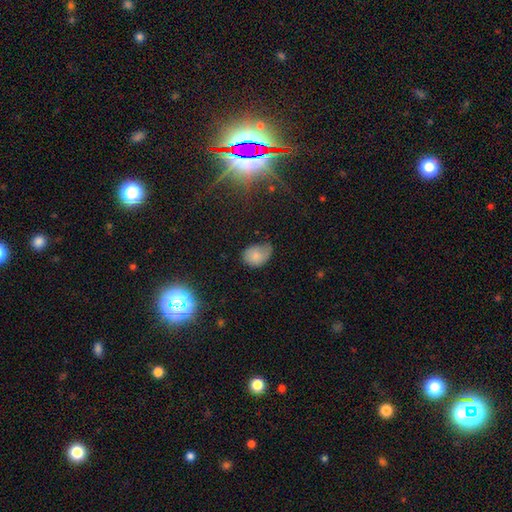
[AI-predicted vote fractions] smooth_or_featured: smooth (p=0.76) [alt: featured or disk p=0.13]
how_rounded: in between (p=0.72) [alt: round p=0.27]
merging: minor disturbance (p=0.43) [alt: none p=0.39]